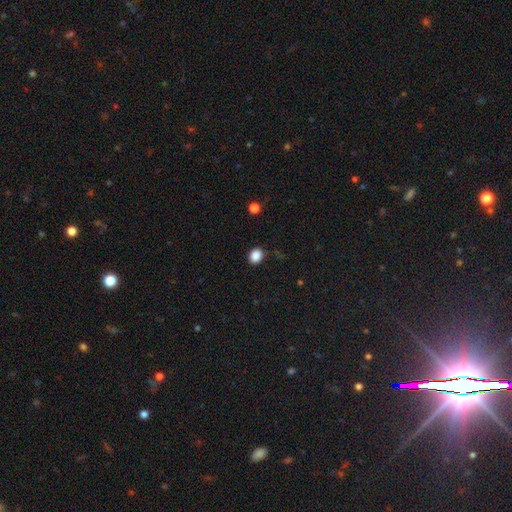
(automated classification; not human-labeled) Overall: smooth (87%). How rounded: round (53%; in between 46%). Merging: none (86%).